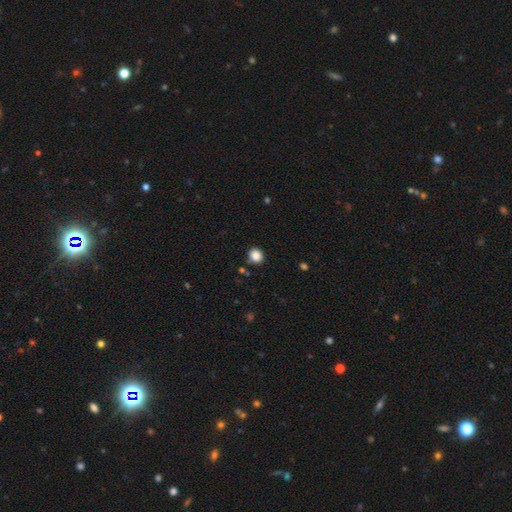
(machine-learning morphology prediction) smooth 86%, star or artifact 10%, featured or disk 3%. Down the decision tree: how rounded — round (82%); merging — none (86%).